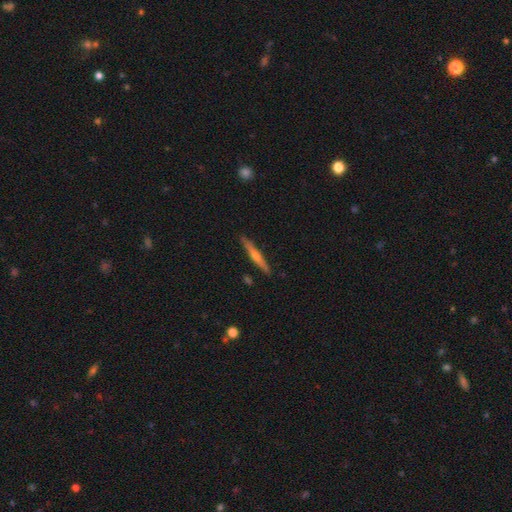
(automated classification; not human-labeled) This is likely a featured or disk galaxy (66%). It is clearly viewed edge-on (98%). Edge-on bulge: clearly rounded (80%). Merging: clearly none (90%).